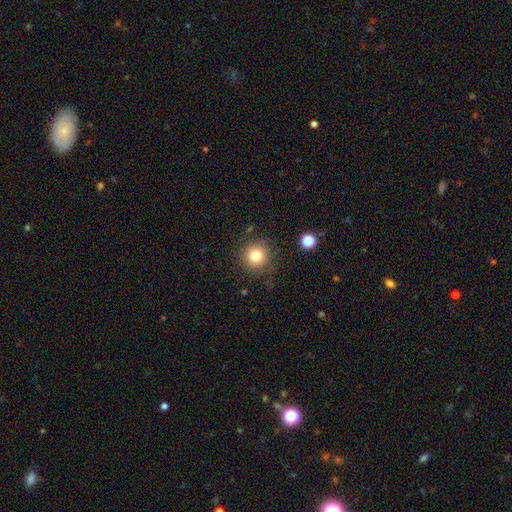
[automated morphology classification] smooth-or-featured: smooth: 80% | star or artifact: 12% | featured or disk: 8%
  how-rounded: round: 93% | in between: 6% | cigar-shaped: 1%
  merging: none: 84% | minor disturbance: 10% | major disturbance: 4% | merger: 2%